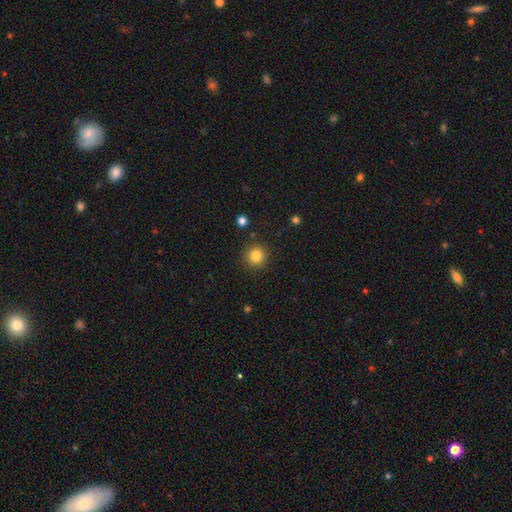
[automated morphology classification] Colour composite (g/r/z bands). It shows a smooth galaxy with no disk features (82%) that is round (94%). Merging: none (90%).